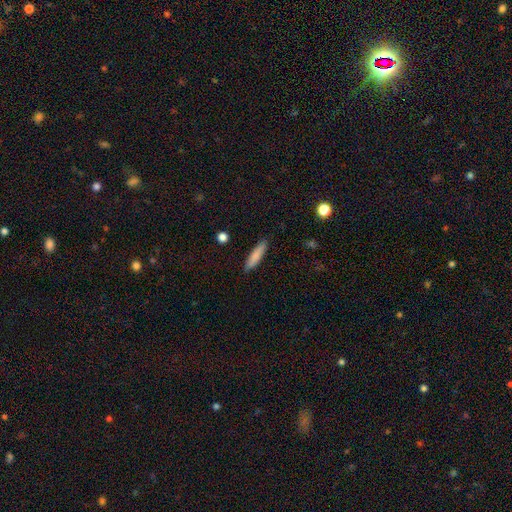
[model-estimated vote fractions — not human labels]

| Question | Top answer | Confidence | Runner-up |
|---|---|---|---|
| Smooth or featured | smooth | 82% | featured or disk (12%) |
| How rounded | cigar-shaped | 78% | in between (21%) |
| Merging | none | 88% | minor disturbance (9%) |